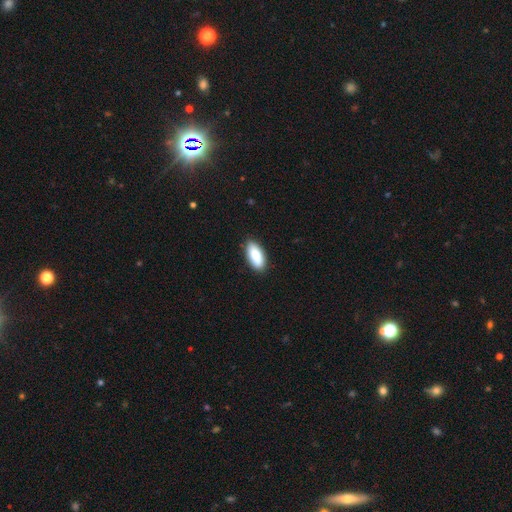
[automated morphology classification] Smooth or featured? smooth (87%)
How rounded? in between (86%)
Merging? none (88%)